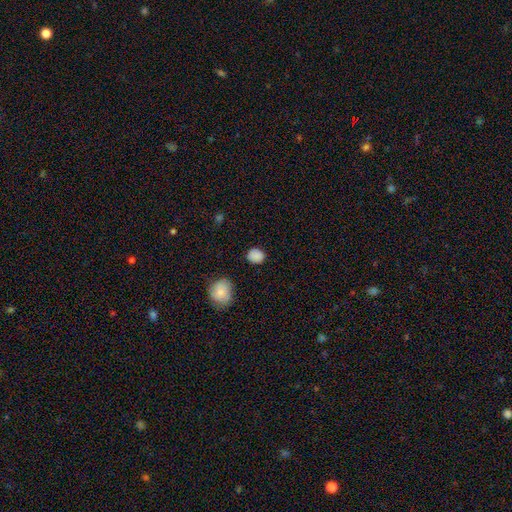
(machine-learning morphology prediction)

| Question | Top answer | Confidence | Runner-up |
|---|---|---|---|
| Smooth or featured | smooth | 87% | star or artifact (10%) |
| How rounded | round | 71% | in between (28%) |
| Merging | none | 84% | minor disturbance (11%) |